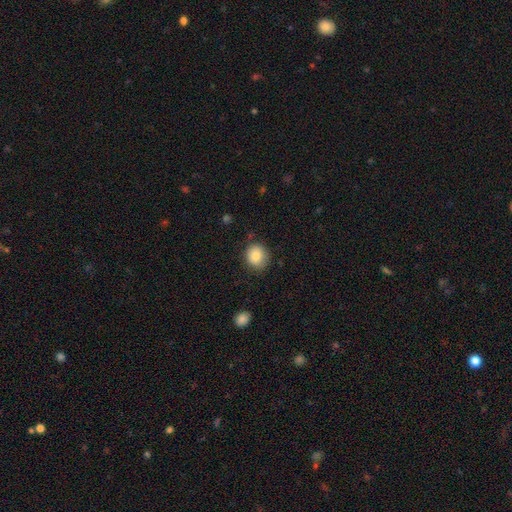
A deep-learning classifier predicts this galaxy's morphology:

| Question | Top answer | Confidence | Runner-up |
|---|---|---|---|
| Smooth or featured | smooth | 84% | star or artifact (9%) |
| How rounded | round | 83% | in between (16%) |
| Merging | none | 82% | minor disturbance (14%) |